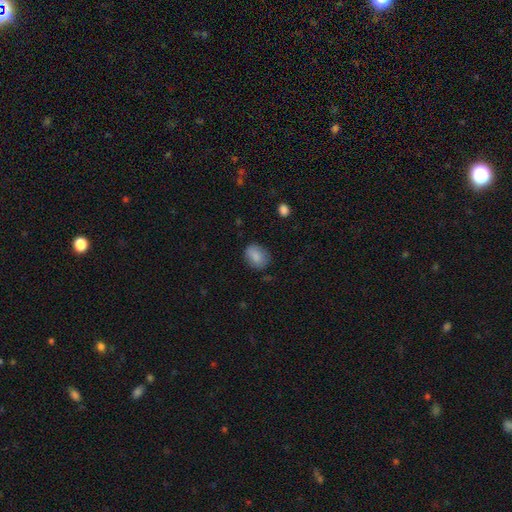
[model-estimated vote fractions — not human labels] Smooth or featured? Predicted: smooth (p=0.84). How rounded? Predicted: in between (p=0.62). Merging? Predicted: none (p=0.75).